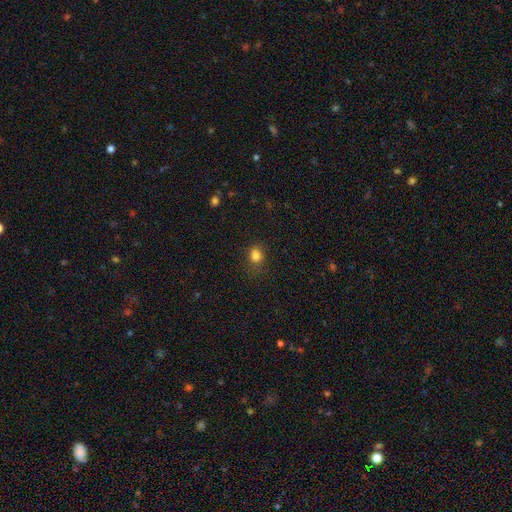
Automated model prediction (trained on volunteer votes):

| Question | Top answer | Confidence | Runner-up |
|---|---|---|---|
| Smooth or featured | smooth | 81% | star or artifact (13%) |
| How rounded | round | 52% | in between (47%) |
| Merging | none | 68% | minor disturbance (21%) |